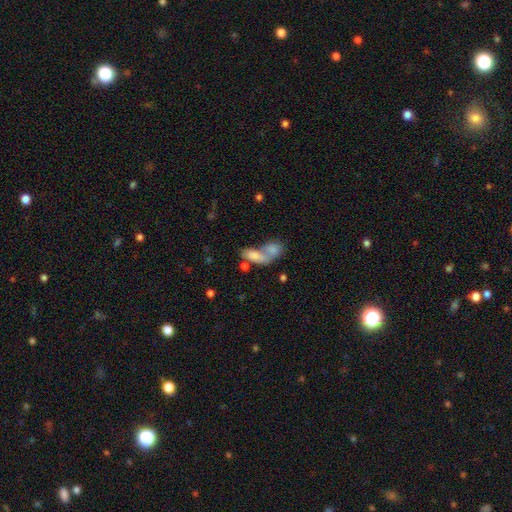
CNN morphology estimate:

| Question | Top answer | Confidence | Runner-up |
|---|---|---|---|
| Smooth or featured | smooth | 76% | featured or disk (16%) |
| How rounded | in between | 81% | cigar-shaped (11%) |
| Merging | merger | 69% | none (19%) |